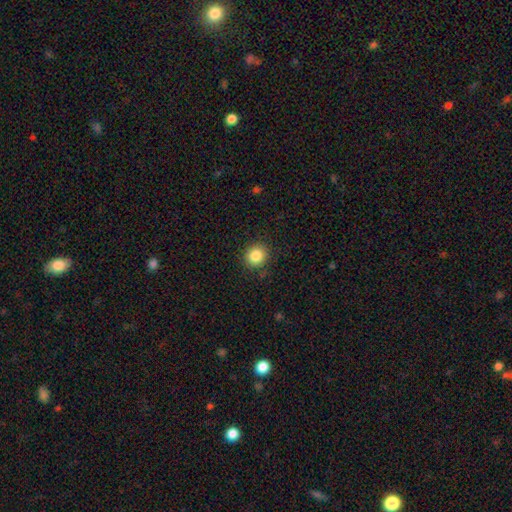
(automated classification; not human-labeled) The model was most divided on "how rounded": round: 85%, in between: 14%, cigar-shaped: 1%. More confident: merging — none (89%); smooth or featured — smooth (85%).